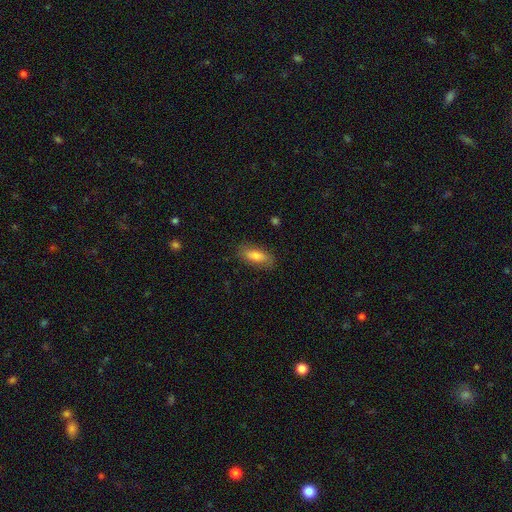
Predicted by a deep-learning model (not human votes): Smooth or featured?
  - smooth: 78% *
  - featured or disk: 15%
  - star or artifact: 7%
How rounded?
  - in between: 73% *
  - cigar-shaped: 25%
  - round: 3%
Merging?
  - none: 81% *
  - minor disturbance: 14%
  - major disturbance: 4%
  - merger: 1%